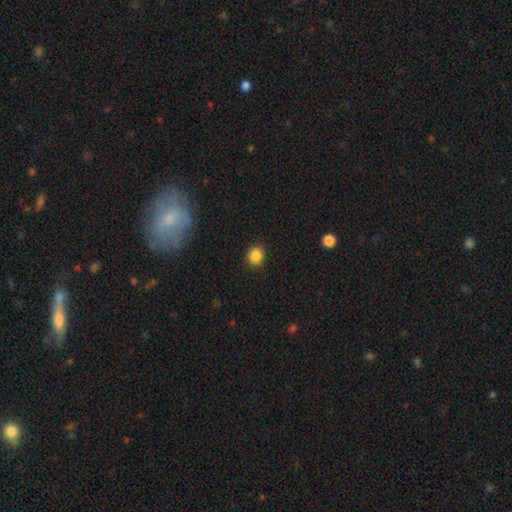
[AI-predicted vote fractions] Smooth or featured? Predicted: smooth (p=0.86). How rounded? Predicted: round (p=0.73). Merging? Predicted: none (p=0.89).